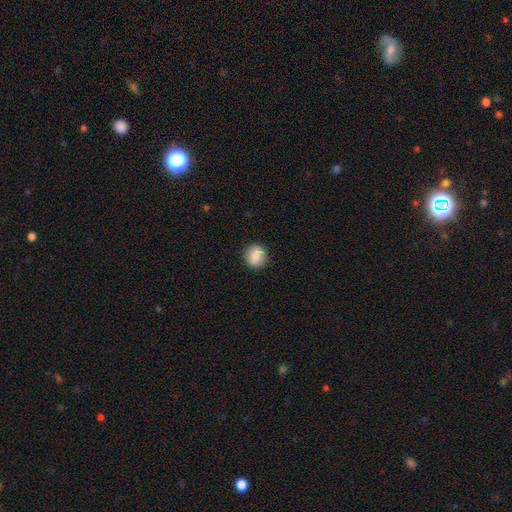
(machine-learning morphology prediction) Smooth or featured? smooth (86%)
How rounded? round (84%)
Merging? none (90%)